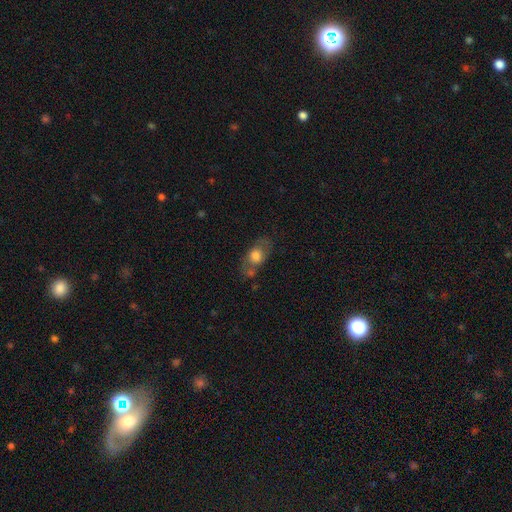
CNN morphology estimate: smooth_or_featured: smooth (p=0.63) [alt: featured or disk p=0.29]
how_rounded: in between (p=0.77) [alt: round p=0.17]
merging: none (p=0.59) [alt: minor disturbance p=0.21]